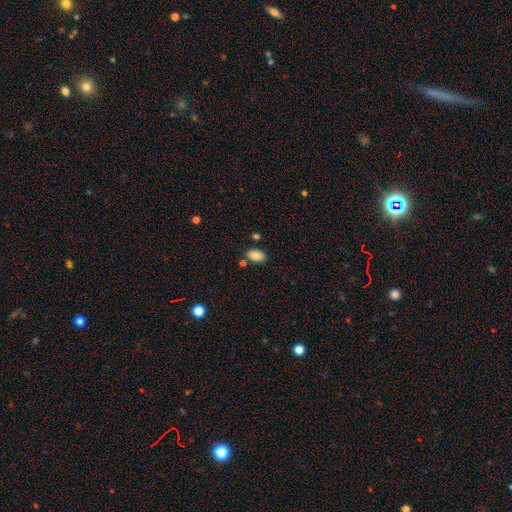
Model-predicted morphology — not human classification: smooth_or_featured: smooth (p=0.85) [alt: star or artifact p=0.08]
how_rounded: in between (p=0.92) [alt: round p=0.07]
merging: none (p=0.78) [alt: minor disturbance p=0.12]